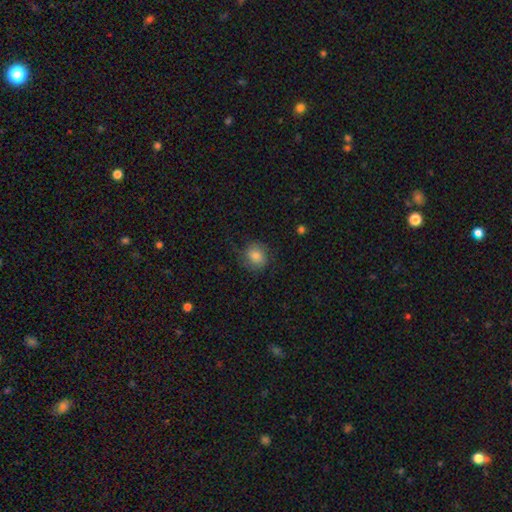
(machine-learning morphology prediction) A smooth galaxy with no disk features (74%) that is round (73%).

Vote fractions:
- Smooth or featured? smooth: 74% / featured or disk: 16% / star or artifact: 10%
- How rounded? round: 73% / in between: 26% / cigar-shaped: 1%
- Merging? none: 72% / minor disturbance: 18% / major disturbance: 9% / merger: 1%